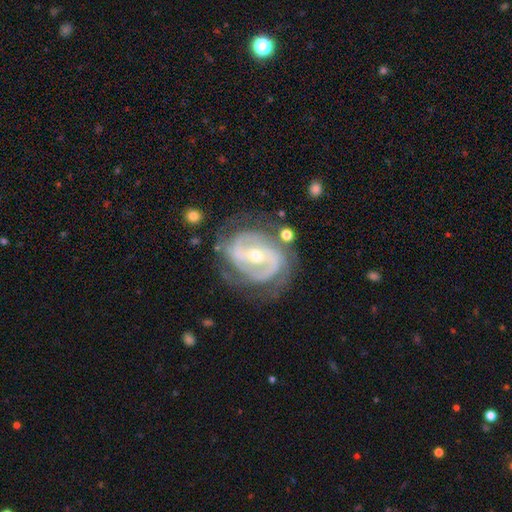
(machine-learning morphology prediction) featured or disk 89%, smooth 6%, star or artifact 5%. Down the decision tree: edge-on disk — no (97%); bar — weak (40%); spiral arms — yes (95%); spiral arm count — 2 (54%); spiral winding — tight (53%); bulge size — small (52%); merging — none (68%).